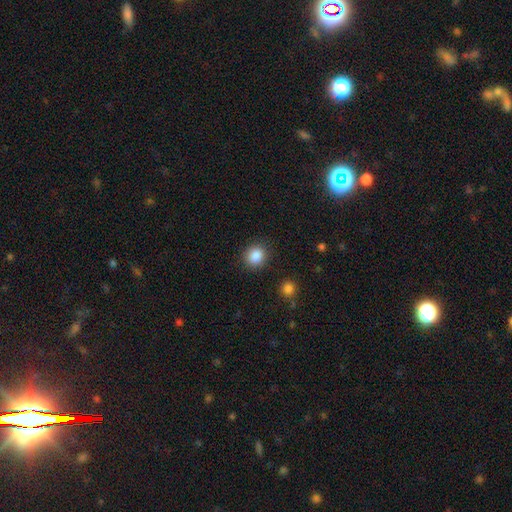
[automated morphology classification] Overall: smooth (87%). How rounded: round (76%). Merging: none (87%).